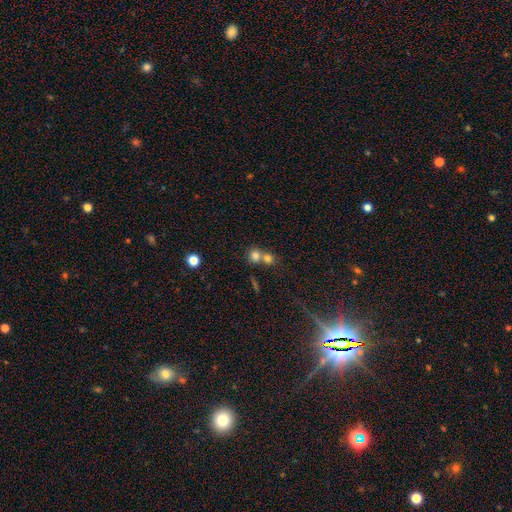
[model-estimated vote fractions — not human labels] A smooth galaxy with no disk features (76%) that is round (83%).

Vote fractions:
- Smooth or featured? smooth: 76% / star or artifact: 13% / featured or disk: 11%
- How rounded? round: 83% / in between: 15% / cigar-shaped: 1%
- Merging? merger: 55% / none: 37% / minor disturbance: 6% / major disturbance: 3%